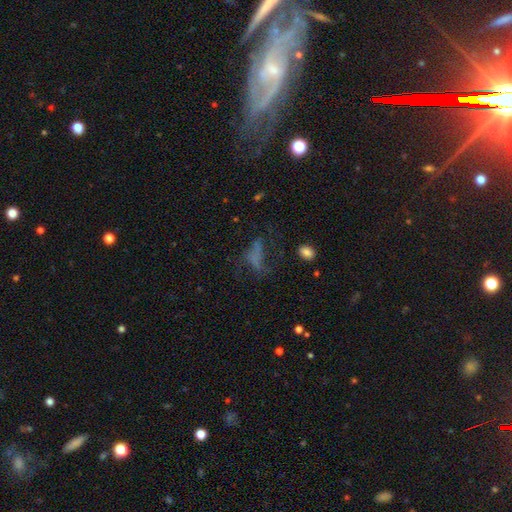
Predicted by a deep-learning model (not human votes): Morphology: type=smooth (44%); merging=major disturbance (41%).